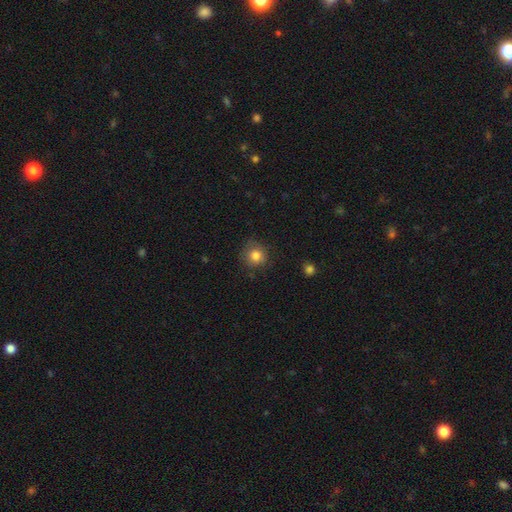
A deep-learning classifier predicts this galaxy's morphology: This appears to be a smooth galaxy with no disk features (81%) that is round (91%). Merging: none (78%).